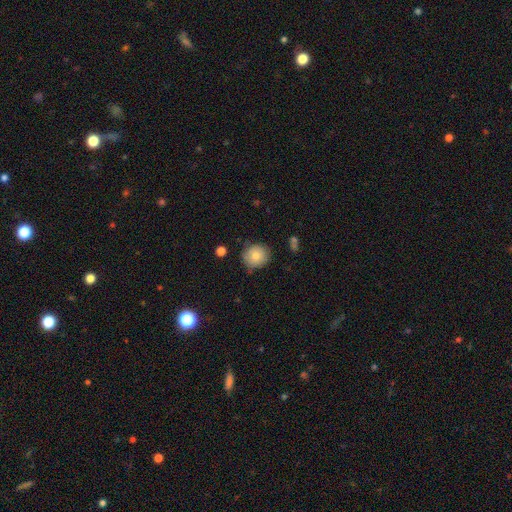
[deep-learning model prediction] Smooth or featured? smooth (80%)
How rounded? round (88%)
Merging? none (78%)